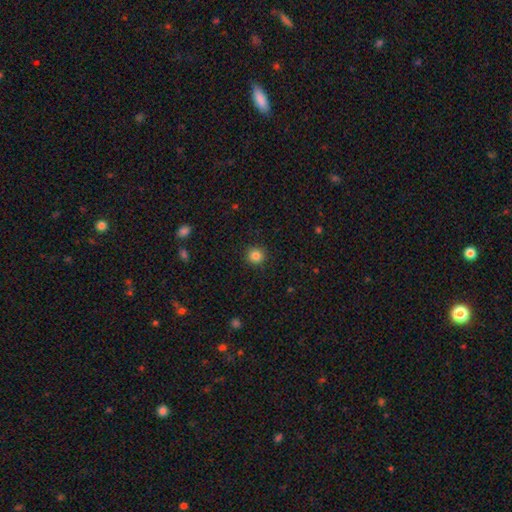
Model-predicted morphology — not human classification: Smooth or featured? Predicted: smooth (p=0.84). How rounded? Predicted: round (p=0.93). Merging? Predicted: none (p=0.92).